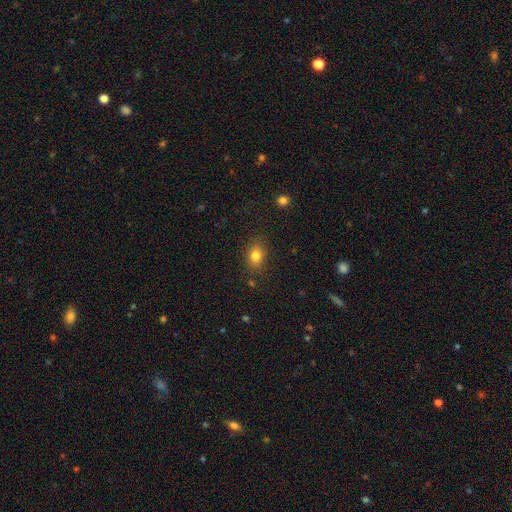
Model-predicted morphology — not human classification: Overall: smooth (81%). How rounded: in between (67%; round 32%). Merging: none (83%).